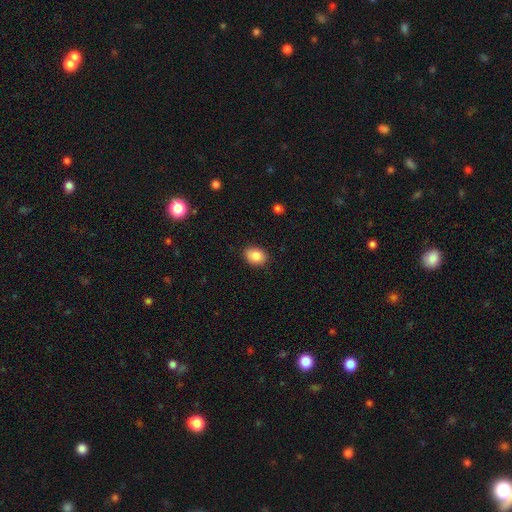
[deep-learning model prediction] Overall: smooth (85%). How rounded: in between (72%). Merging: none (87%).